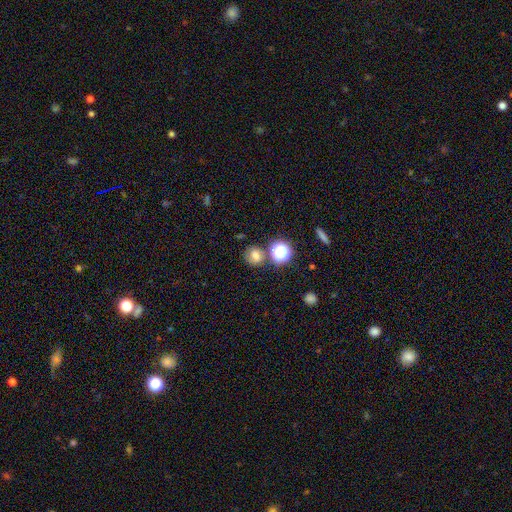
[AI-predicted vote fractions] This appears to be a smooth galaxy with no disk features (67%) that is round (72%). Merging: none (66%).